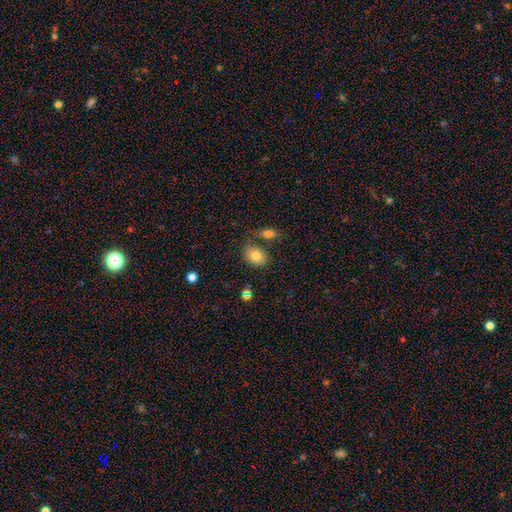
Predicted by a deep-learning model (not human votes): Smooth or featured? Predicted: smooth (p=0.79). How rounded? Predicted: in between (p=0.69). Merging? Predicted: none (p=0.63).